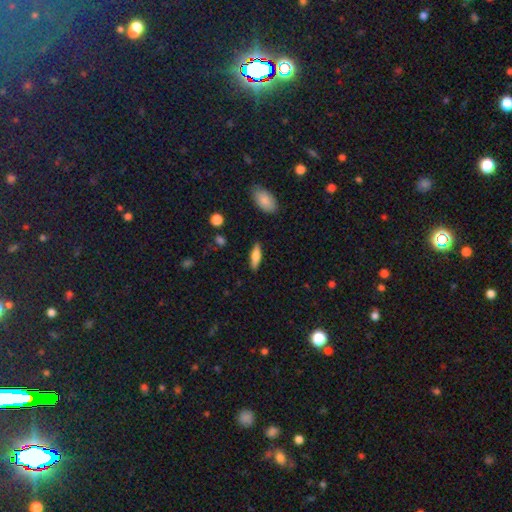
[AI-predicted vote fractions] Smooth or featured: smooth — 64% (featured or disk — 29%)
How rounded: cigar-shaped — 58% (in between — 40%)
Merging: none — 87% (minor disturbance — 9%)